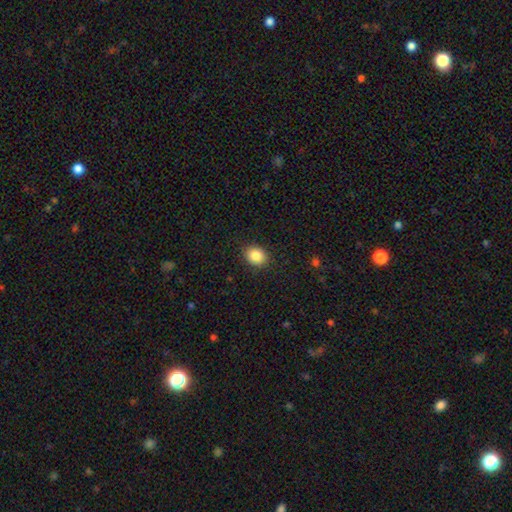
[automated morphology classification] Smooth or featured? Predicted: smooth (p=0.85). How rounded? Predicted: round (p=0.55). Merging? Predicted: none (p=0.89).